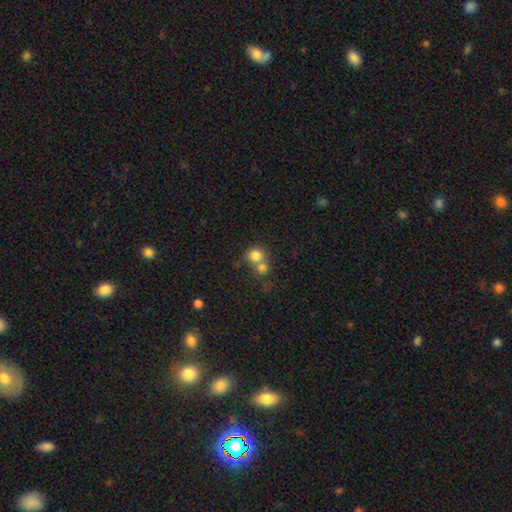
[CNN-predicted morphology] This is likely a smooth galaxy (80%). How rounded: clearly round (84%). Merging: possibly merger (49%).